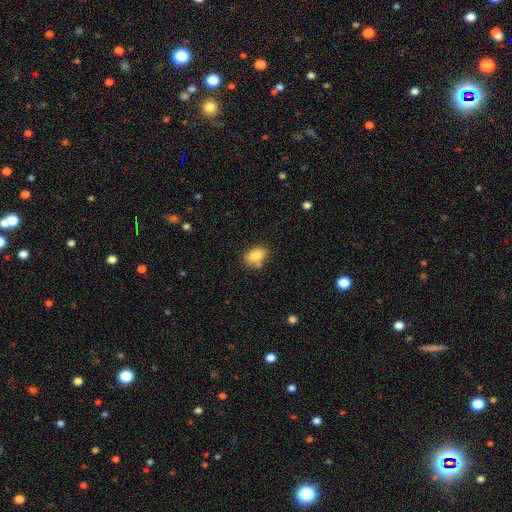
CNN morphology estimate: Smooth or featured? smooth (83%)
How rounded? in between (83%)
Merging? none (71%)